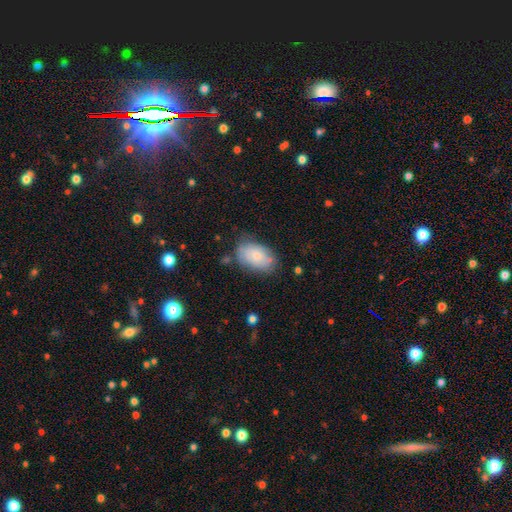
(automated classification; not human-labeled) Smooth or featured? smooth (72%)
How rounded? in between (92%)
Merging? none (69%)